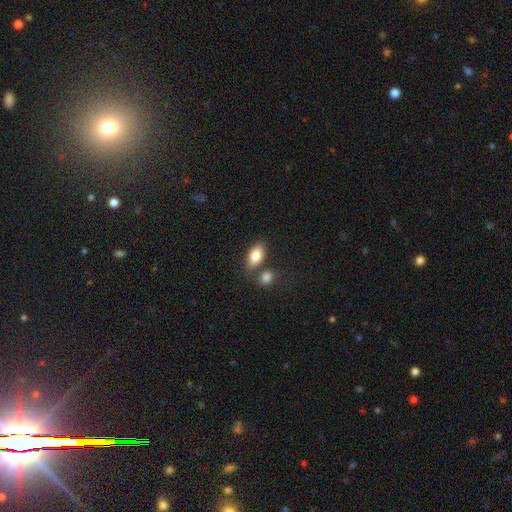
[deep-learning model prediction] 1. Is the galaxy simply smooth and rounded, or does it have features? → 82% smooth, 11% featured or disk, 7% star or artifact.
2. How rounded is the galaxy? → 89% in between, 6% round, 5% cigar-shaped.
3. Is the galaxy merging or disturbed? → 63% none, 21% merger, 12% minor disturbance, 4% major disturbance.